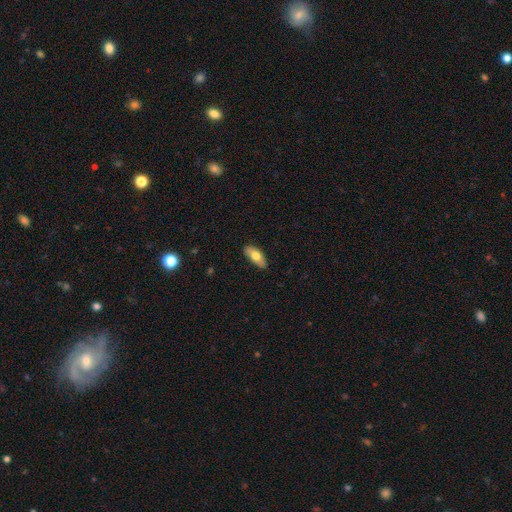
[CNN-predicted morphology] Smooth or featured? smooth (70%)
How rounded? in between (81%)
Merging? none (84%)